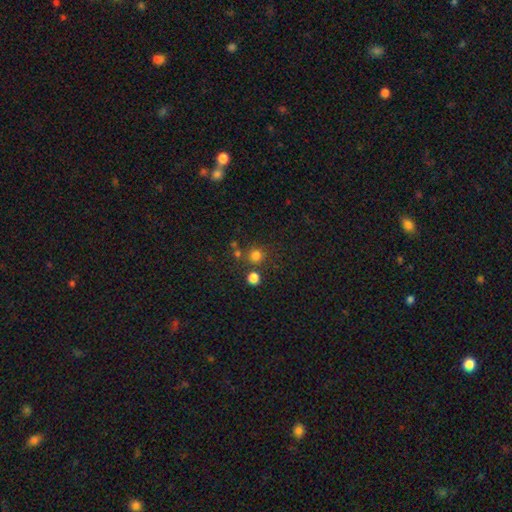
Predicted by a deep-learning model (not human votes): Morphology: type=smooth (76%); roundness=round (91%); merging=none (75%).